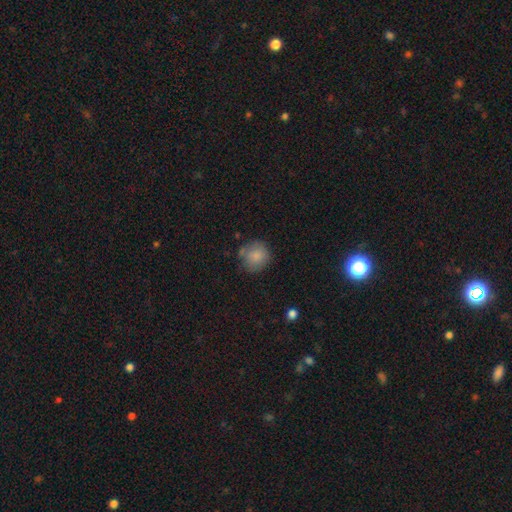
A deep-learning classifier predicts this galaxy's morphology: Smooth or featured?
  - smooth: 83% *
  - featured or disk: 9%
  - star or artifact: 8%
How rounded?
  - round: 91% *
  - in between: 8%
  - cigar-shaped: 1%
Merging?
  - none: 70% *
  - minor disturbance: 19%
  - major disturbance: 6%
  - merger: 5%